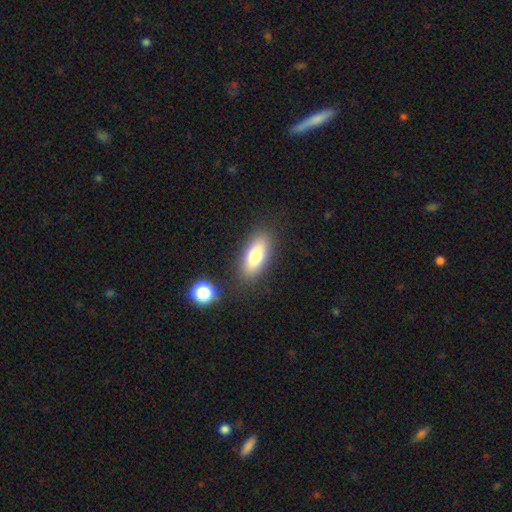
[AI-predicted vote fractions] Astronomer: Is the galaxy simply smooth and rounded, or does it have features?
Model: smooth — 76%.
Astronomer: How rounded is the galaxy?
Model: in between — 77%.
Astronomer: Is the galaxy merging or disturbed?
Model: none — 84%.